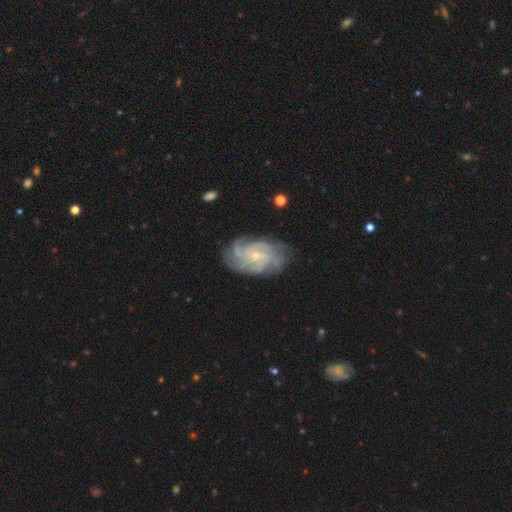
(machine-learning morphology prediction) Overall: featured or disk (84%). Edge-on disk: no (97%). Bar: no (70%). Spiral arms: yes (96%). Spiral arm count: can't tell (28%, tied with 4). Spiral winding: tight (61%; medium 31%). Bulge size: small (76%). Merging: none (75%).